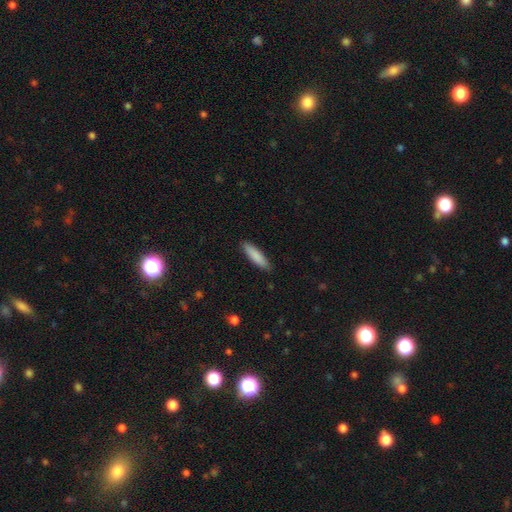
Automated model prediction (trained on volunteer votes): This is clearly a smooth galaxy (86%). How rounded: likely cigar-shaped (73%). Merging: clearly none (88%).